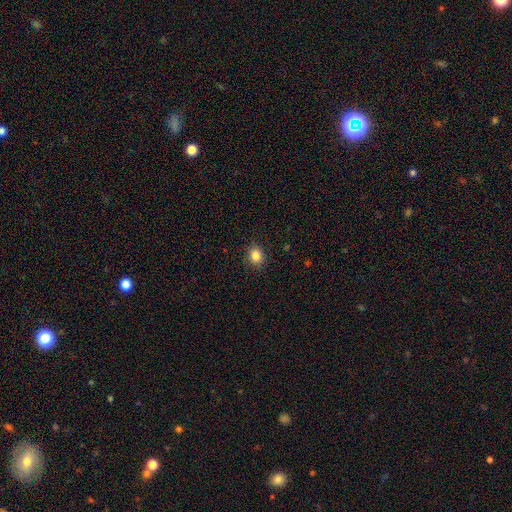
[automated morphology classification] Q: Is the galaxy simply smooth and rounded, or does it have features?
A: smooth — 85%.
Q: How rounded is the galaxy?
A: round — 55%.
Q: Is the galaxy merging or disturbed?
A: none — 88%.